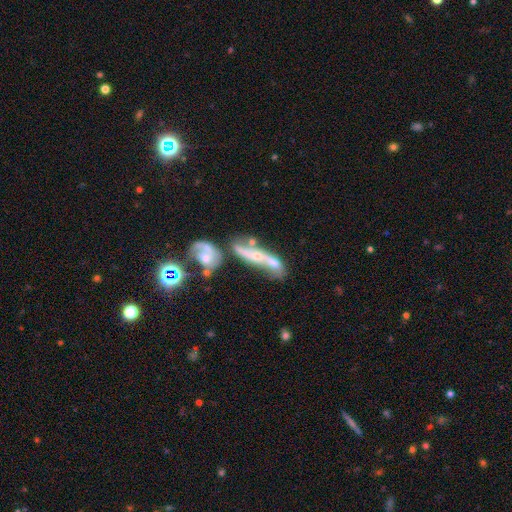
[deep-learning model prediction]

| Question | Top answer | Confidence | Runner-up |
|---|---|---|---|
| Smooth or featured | featured or disk | 69% | smooth (21%) |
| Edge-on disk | no | 75% | yes (25%) |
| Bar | no | 61% | weak (24%) |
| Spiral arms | yes | 68% | no (32%) |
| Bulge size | small | 52% | moderate (34%) |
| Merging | merger | 51% | none (23%) |